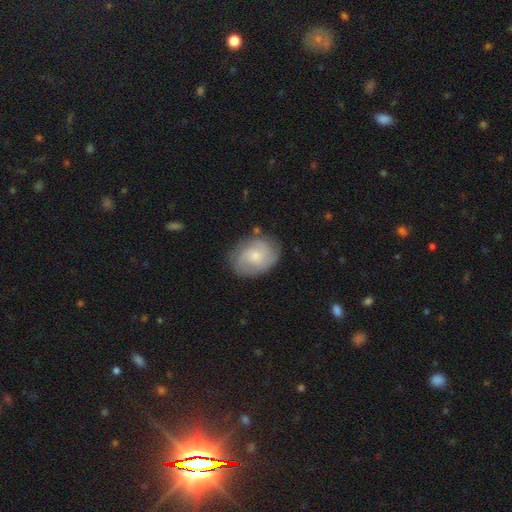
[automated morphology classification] The model was most divided on "spiral arm count": 2: 34%, can't tell: 31%, 3: 22%, 4: 5%, 1: 4%, more than 4: 4%. Remaining: edge-on disk — no (97%); spiral arms — yes (88%); bar — no (73%); merging — none (73%); smooth or featured — featured or disk (59%); bulge size — small (55%); spiral winding — tight (50%).